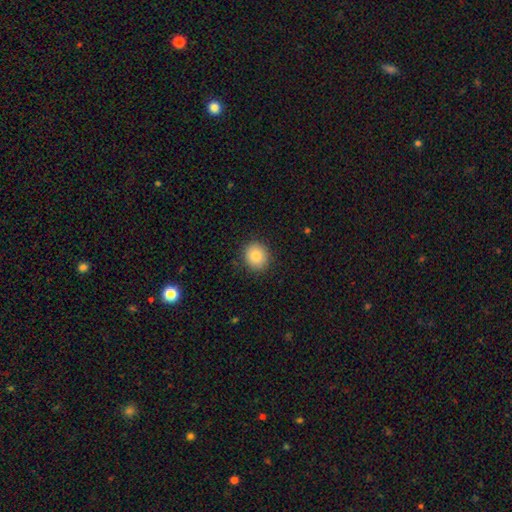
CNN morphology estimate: Smooth or featured: smooth — 85% (star or artifact — 9%)
How rounded: round — 76% (in between — 23%)
Merging: none — 89% (minor disturbance — 8%)